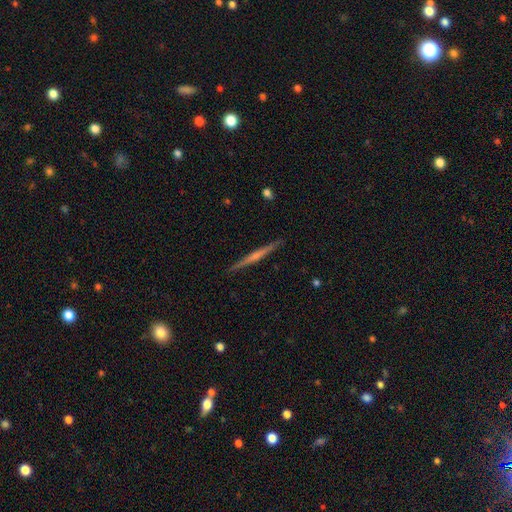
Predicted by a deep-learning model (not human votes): A featured or disk galaxy (67%) viewed edge-on (97%) with a rounded central bulge (61%). Merging: none (90%).